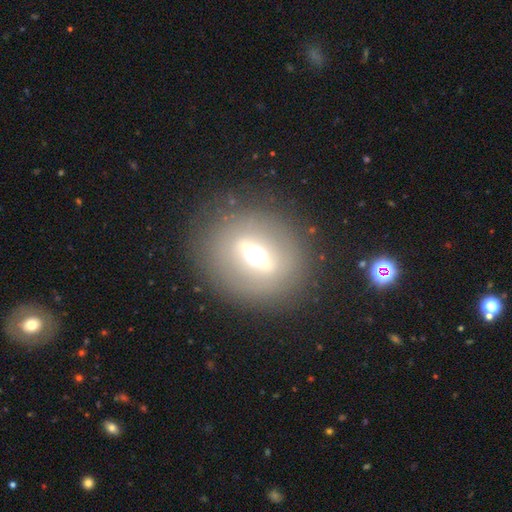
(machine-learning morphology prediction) The model was most divided on "edge-on disk": no: 60%, yes: 40%. More confident: merging — none (84%); smooth or featured — featured or disk (54%).